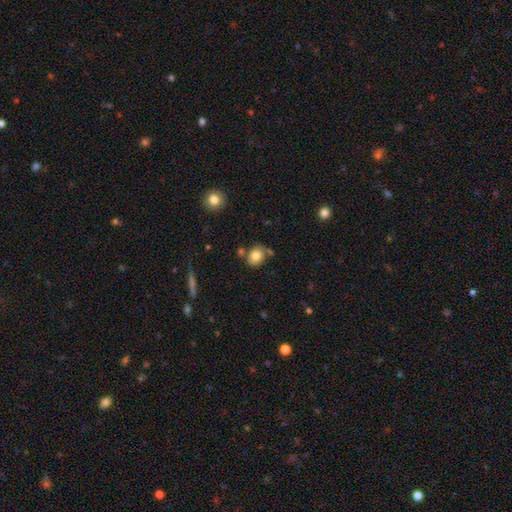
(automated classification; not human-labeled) Smooth or featured: smooth — 80% (star or artifact — 10%)
How rounded: round — 62% (in between — 37%)
Merging: none — 70% (minor disturbance — 14%)